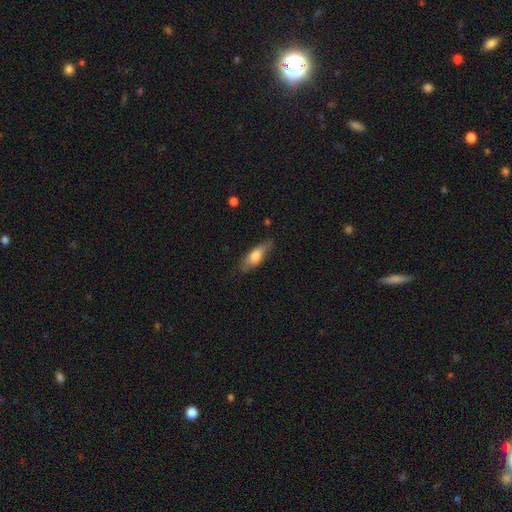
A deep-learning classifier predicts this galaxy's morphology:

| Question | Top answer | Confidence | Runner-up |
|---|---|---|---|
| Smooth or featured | smooth | 67% | featured or disk (27%) |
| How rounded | in between | 52% | cigar-shaped (45%) |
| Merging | none | 75% | minor disturbance (19%) |